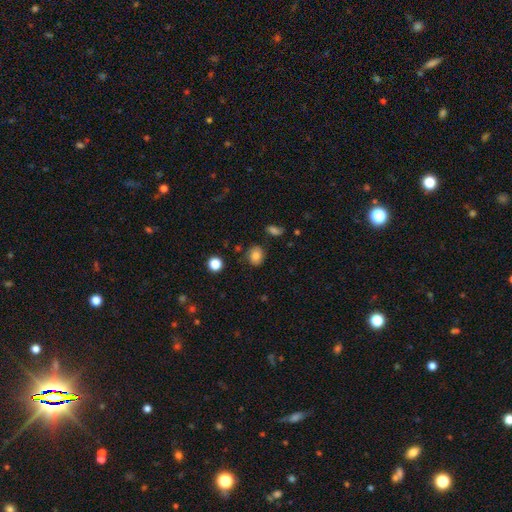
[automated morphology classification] Smooth or featured? Predicted: smooth (p=0.81). How rounded? Predicted: round (p=0.68). Merging? Predicted: none (p=0.80).